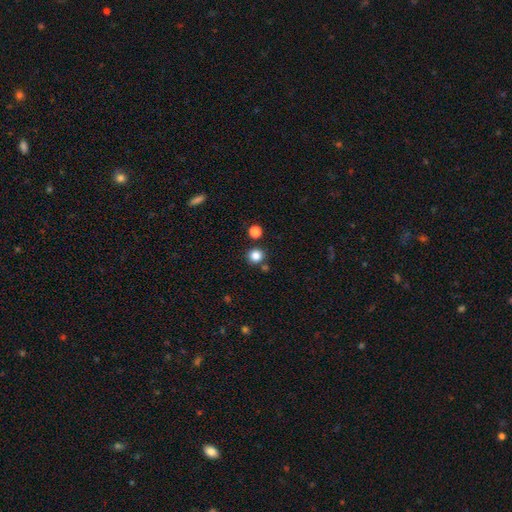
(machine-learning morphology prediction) A smooth galaxy with no disk features (84%) that is round (93%).

Vote fractions:
- Smooth or featured? smooth: 84% / star or artifact: 12% / featured or disk: 4%
- How rounded? round: 93% / in between: 6% / cigar-shaped: 1%
- Merging? none: 83% / merger: 8% / minor disturbance: 7% / major disturbance: 2%